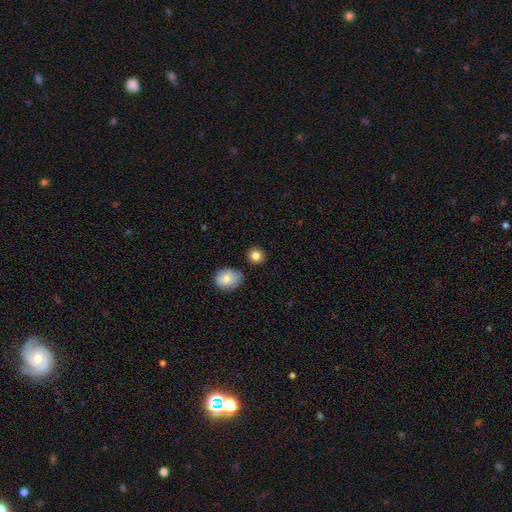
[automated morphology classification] This appears to be a smooth galaxy with no disk features (85%) that is round (78%). Merging: none (82%).